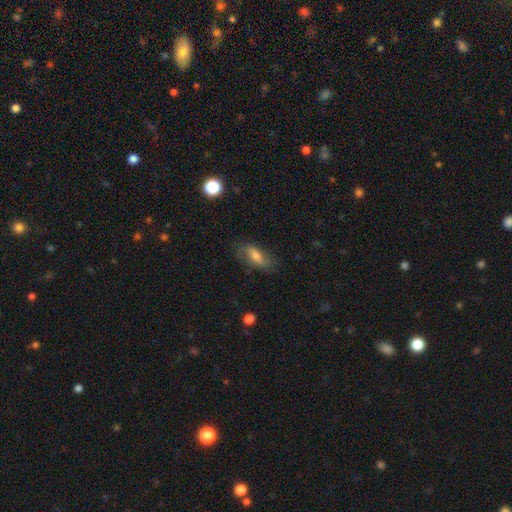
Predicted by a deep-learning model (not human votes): Overall: smooth (59%; featured or disk 32%). How rounded: in between (73%). Merging: none (72%).